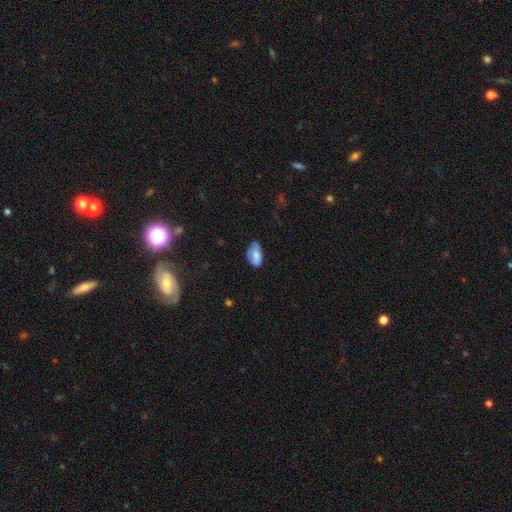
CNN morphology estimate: Smooth or featured? smooth (77%)
How rounded? in between (93%)
Merging? none (50%)